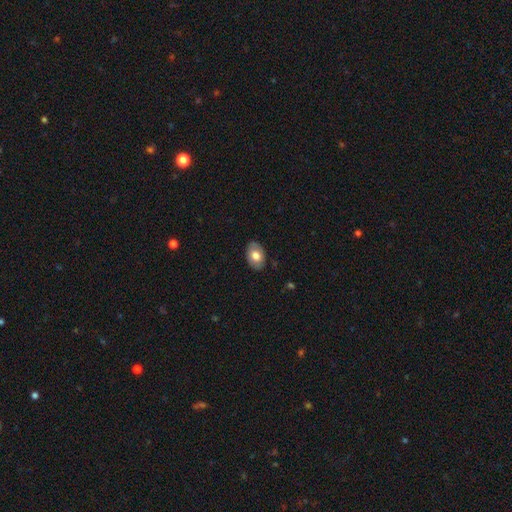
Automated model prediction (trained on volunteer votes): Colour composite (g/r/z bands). It shows a smooth galaxy with no disk features (73%) that is in between round and cigar-shaped (85%). Merging: none (85%).